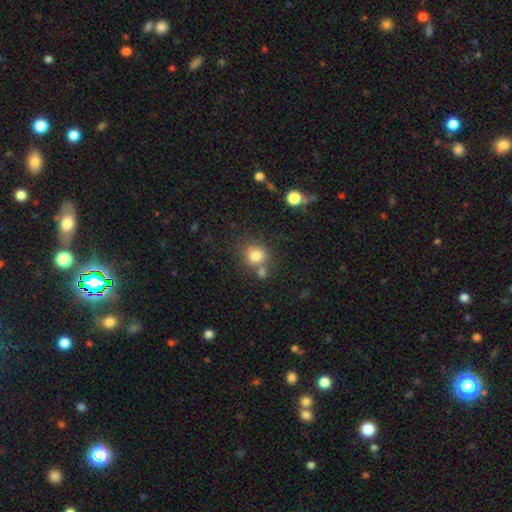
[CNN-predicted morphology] Smooth or featured?
  - smooth: 79% *
  - star or artifact: 12%
  - featured or disk: 9%
How rounded?
  - round: 82% *
  - in between: 17%
  - cigar-shaped: 1%
Merging?
  - none: 61% *
  - merger: 23%
  - minor disturbance: 12%
  - major disturbance: 4%